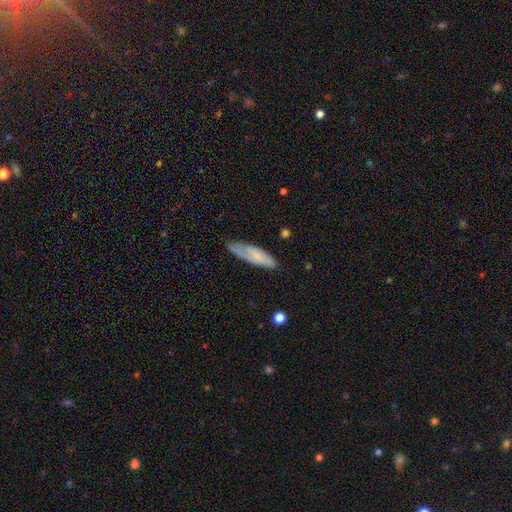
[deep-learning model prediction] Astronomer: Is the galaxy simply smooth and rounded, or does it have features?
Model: smooth — 58% (runner-up: featured or disk, 34%).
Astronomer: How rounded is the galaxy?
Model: cigar-shaped — 60% (runner-up: in between, 38%).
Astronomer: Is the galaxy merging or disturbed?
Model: none — 69%.